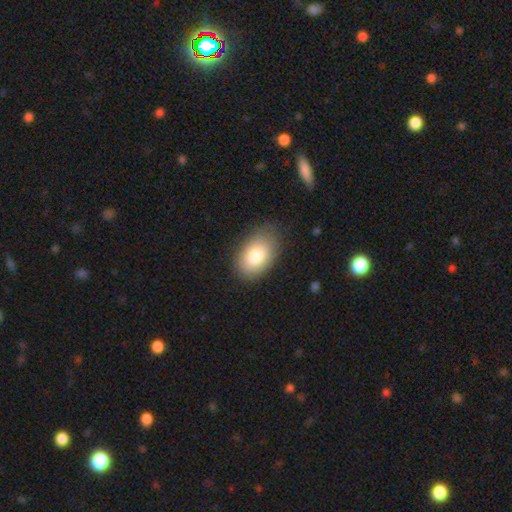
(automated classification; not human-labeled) A smooth galaxy with no disk features (82%) that is in between round and cigar-shaped (91%).

Vote fractions:
- Smooth or featured? smooth: 82% / featured or disk: 11% / star or artifact: 7%
- How rounded? in between: 91% / round: 8% / cigar-shaped: 1%
- Merging? none: 76% / minor disturbance: 18% / major disturbance: 4% / merger: 1%